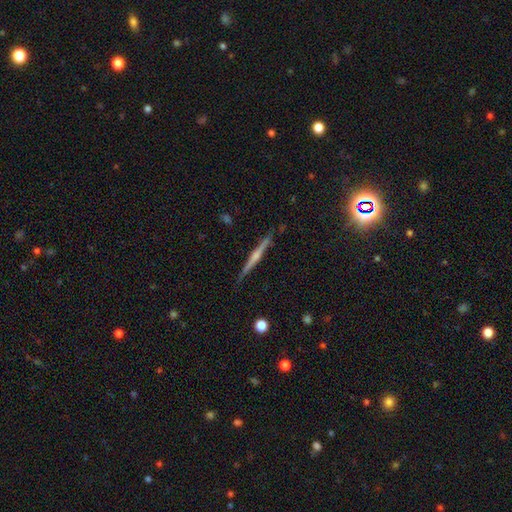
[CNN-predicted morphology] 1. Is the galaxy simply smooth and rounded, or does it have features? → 69% featured or disk, 24% smooth, 7% star or artifact.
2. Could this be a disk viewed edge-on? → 98% yes, 2% no.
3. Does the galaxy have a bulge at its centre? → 67% rounded, 23% none, 11% boxy.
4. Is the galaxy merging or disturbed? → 87% none, 10% minor disturbance, 2% major disturbance, 1% merger.